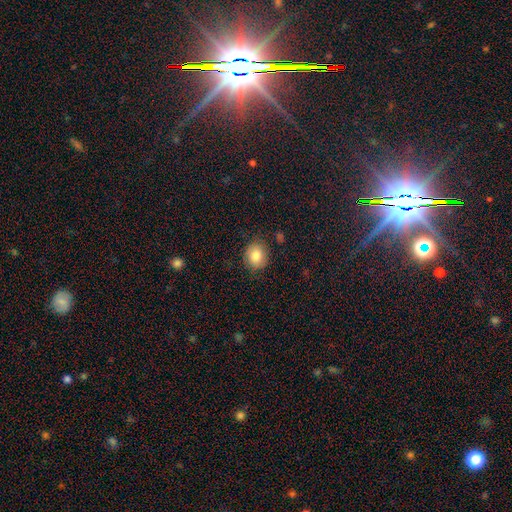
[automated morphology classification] A smooth galaxy with no disk features (83%) that is round (65%). Merging: none (83%).